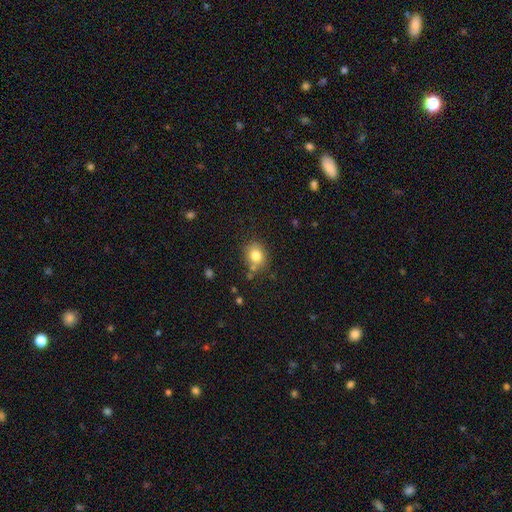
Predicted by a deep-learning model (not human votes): smooth 80%, star or artifact 11%, featured or disk 9%. Down the decision tree: how rounded — round (62%); merging — none (72%).